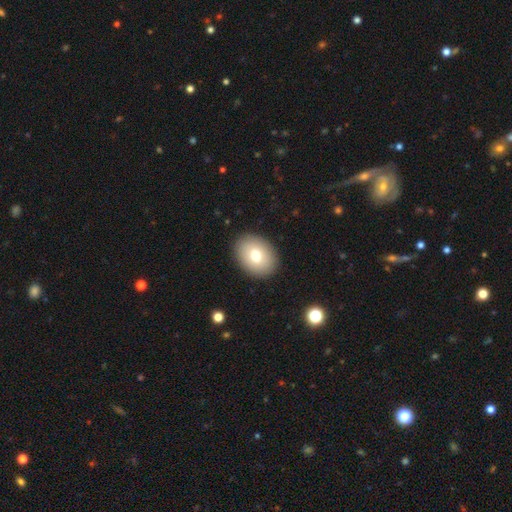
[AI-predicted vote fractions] The model was most divided on "how rounded": in between: 68%, round: 31%, cigar-shaped: 1%. More confident: merging — none (90%); smooth or featured — smooth (75%).